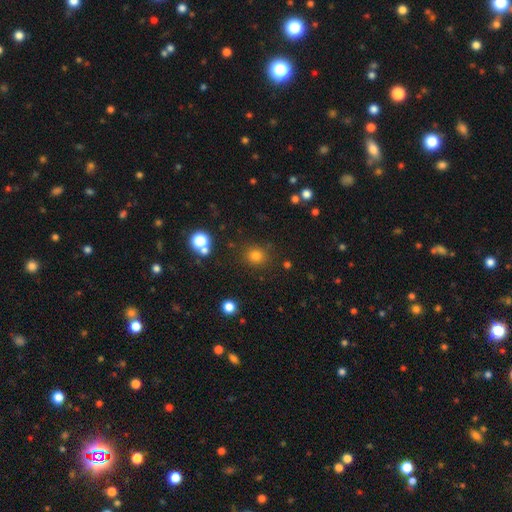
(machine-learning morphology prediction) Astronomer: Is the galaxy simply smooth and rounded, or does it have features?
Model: smooth — 79%.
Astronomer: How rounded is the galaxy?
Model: round — 88%.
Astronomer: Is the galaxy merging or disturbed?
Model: none — 85%.